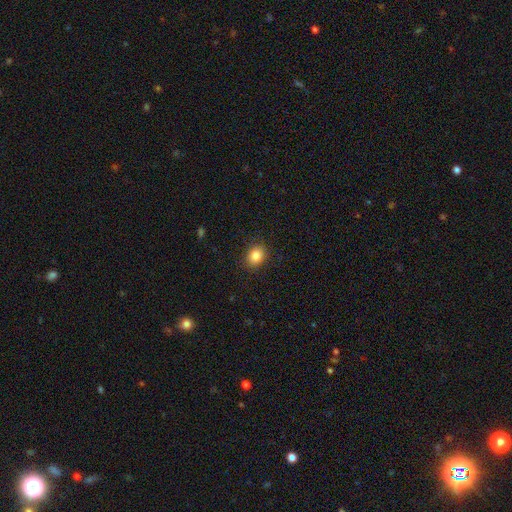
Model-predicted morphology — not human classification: smooth-or-featured: smooth: 84% | star or artifact: 10% | featured or disk: 6%
  how-rounded: round: 58% | in between: 41% | cigar-shaped: 1%
  merging: none: 89% | minor disturbance: 8% | major disturbance: 2% | merger: 1%